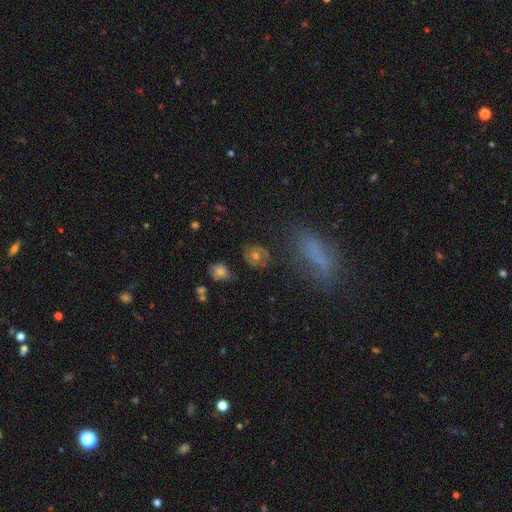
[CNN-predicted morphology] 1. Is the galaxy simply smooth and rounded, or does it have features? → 44% smooth, 36% featured or disk, 20% star or artifact.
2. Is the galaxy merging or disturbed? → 75% none, 14% minor disturbance, 7% major disturbance, 4% merger.